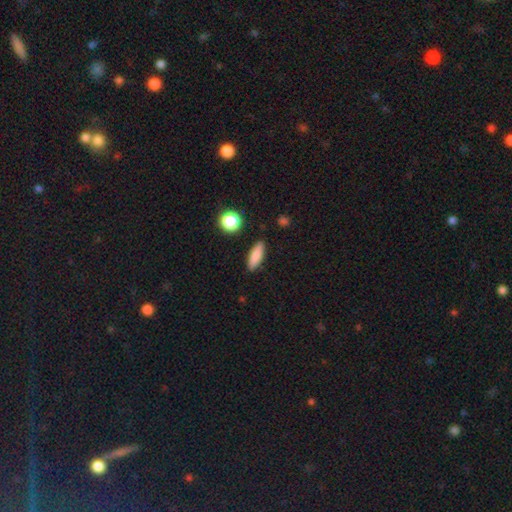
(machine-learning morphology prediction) This is clearly a smooth galaxy (82%). How rounded: possibly in between (51%). Merging: clearly none (86%).